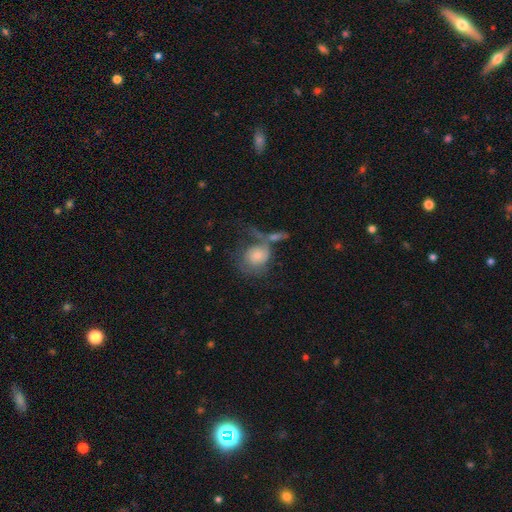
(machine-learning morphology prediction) Smooth or featured? smooth (50%)
Merging? none (32%)